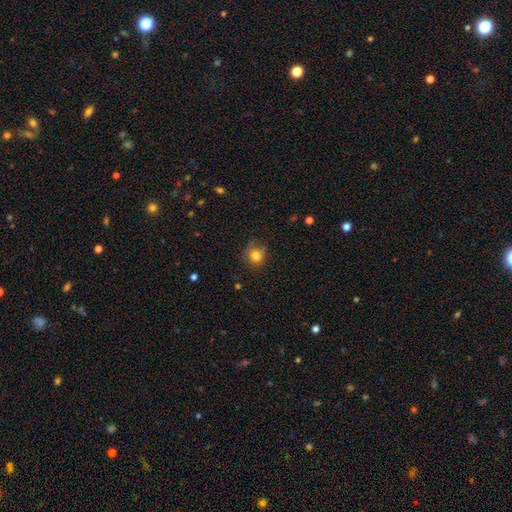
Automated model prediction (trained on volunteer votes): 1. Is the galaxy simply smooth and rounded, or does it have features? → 79% smooth, 12% star or artifact, 9% featured or disk.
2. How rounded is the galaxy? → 83% round, 16% in between, 1% cigar-shaped.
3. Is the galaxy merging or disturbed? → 67% none, 23% minor disturbance, 8% major disturbance, 2% merger.